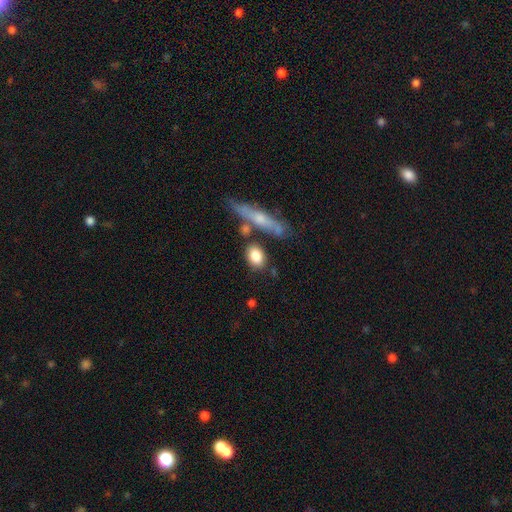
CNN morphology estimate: A smooth galaxy with no disk features (79%) that is in between round and cigar-shaped (63%).

Vote fractions:
- Smooth or featured? smooth: 79% / featured or disk: 13% / star or artifact: 7%
- How rounded? in between: 63% / round: 30% / cigar-shaped: 7%
- Merging? none: 71% / minor disturbance: 14% / merger: 11% / major disturbance: 4%